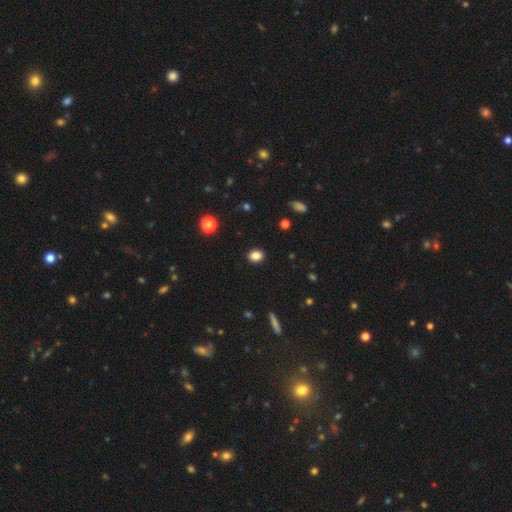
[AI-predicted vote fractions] smooth-or-featured: smooth: 85% | star or artifact: 11% | featured or disk: 4%
  how-rounded: round: 50% | in between: 49% | cigar-shaped: 1%
  merging: none: 90% | minor disturbance: 6% | major disturbance: 2% | merger: 1%